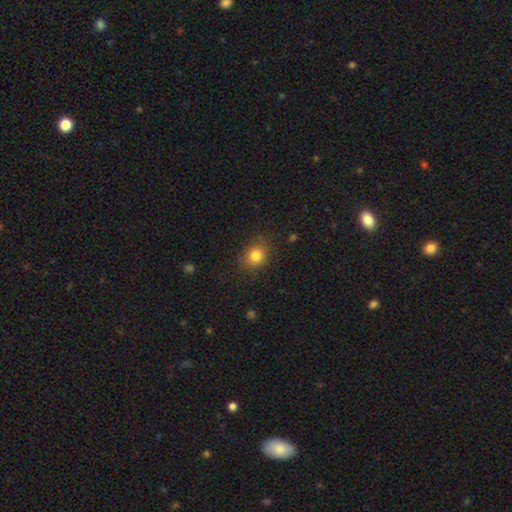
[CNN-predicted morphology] A smooth galaxy with no disk features (82%) that is round (63%). Merging: none (82%).